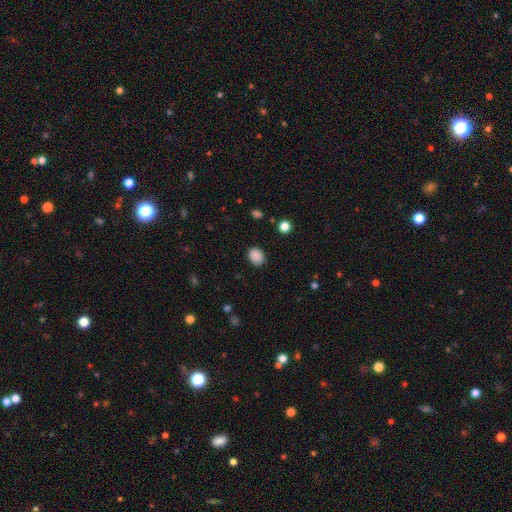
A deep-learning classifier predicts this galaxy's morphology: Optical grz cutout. It shows a smooth galaxy with no disk features (87%) that is in between round and cigar-shaped (54%). Merging: none (86%).